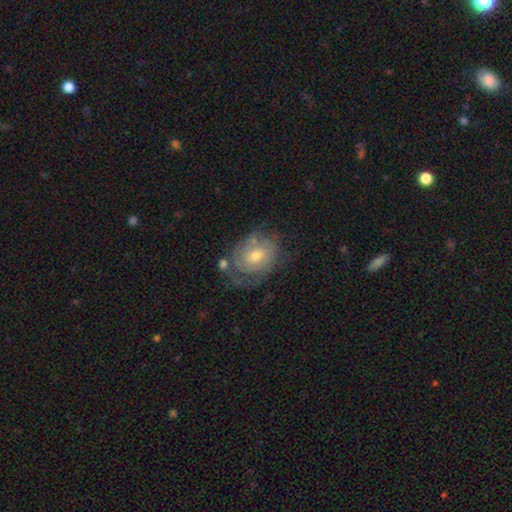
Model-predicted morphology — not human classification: featured or disk 69%, smooth 24%, star or artifact 7%. Down the decision tree: edge-on disk — no (96%); bar — no (71%); spiral arms — yes (82%); spiral arm count — can't tell (47%); spiral winding — tight (65%); bulge size — moderate (56%); merging — none (55%).